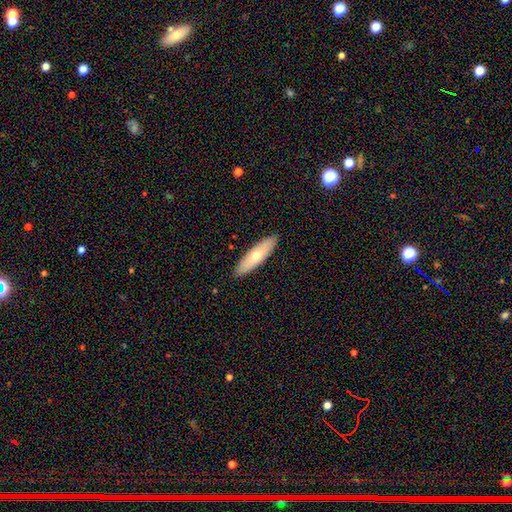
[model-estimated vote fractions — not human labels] Overall: smooth (60%; featured or disk 34%). How rounded: cigar-shaped (64%; in between 34%). Merging: none (90%).